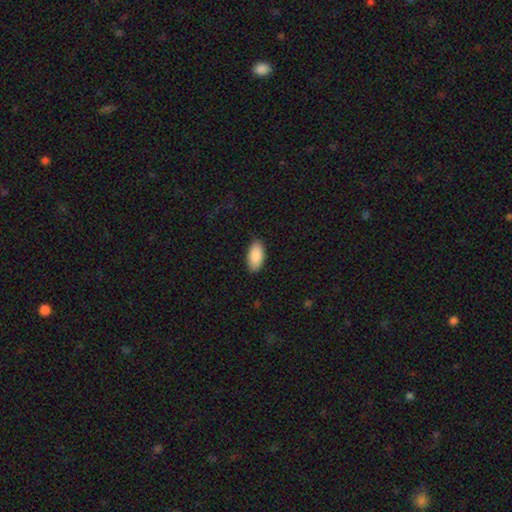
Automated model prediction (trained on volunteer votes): A smooth galaxy with no disk features (90%) that is in between round and cigar-shaped (94%).

Vote fractions:
- Smooth or featured? smooth: 90% / star or artifact: 6% / featured or disk: 4%
- How rounded? in between: 94% / cigar-shaped: 4% / round: 2%
- Merging? none: 87% / minor disturbance: 10% / major disturbance: 2% / merger: 1%